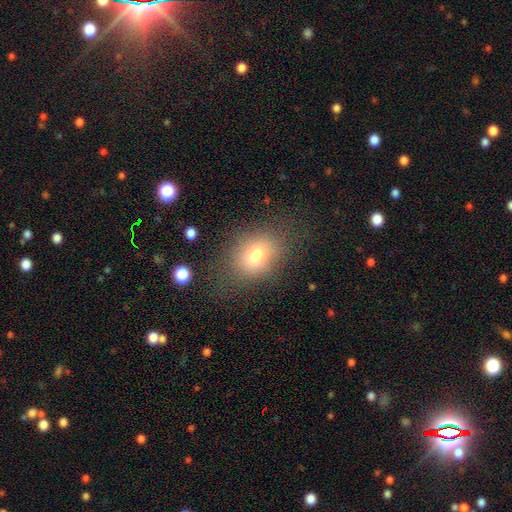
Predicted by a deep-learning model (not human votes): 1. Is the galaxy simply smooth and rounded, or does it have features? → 73% smooth, 14% featured or disk, 13% star or artifact.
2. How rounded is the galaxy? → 60% in between, 38% round, 1% cigar-shaped.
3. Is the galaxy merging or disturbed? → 72% none, 17% minor disturbance, 9% major disturbance, 2% merger.